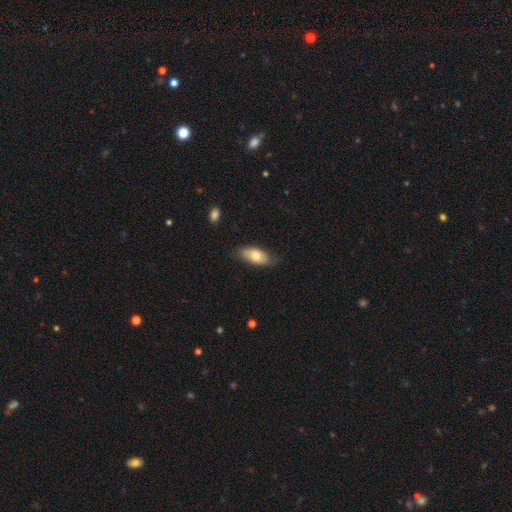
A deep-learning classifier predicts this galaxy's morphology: smooth-or-featured: smooth: 75% | featured or disk: 18% | star or artifact: 6%
  how-rounded: in between: 88% | cigar-shaped: 9% | round: 3%
  merging: none: 75% | minor disturbance: 20% | major disturbance: 4% | merger: 1%